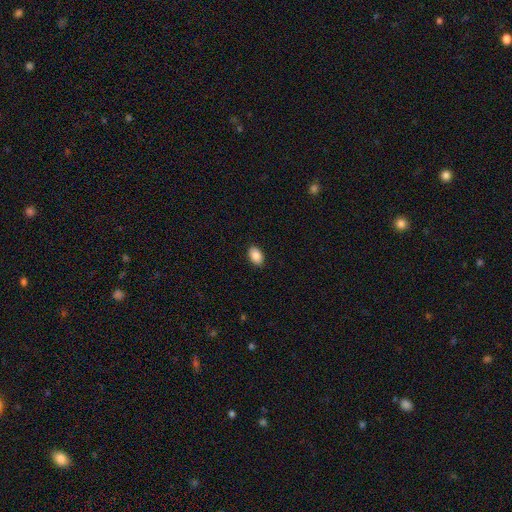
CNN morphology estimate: Smooth or featured: smooth — 87% (star or artifact — 7%)
How rounded: in between — 90% (round — 9%)
Merging: none — 90% (minor disturbance — 7%)